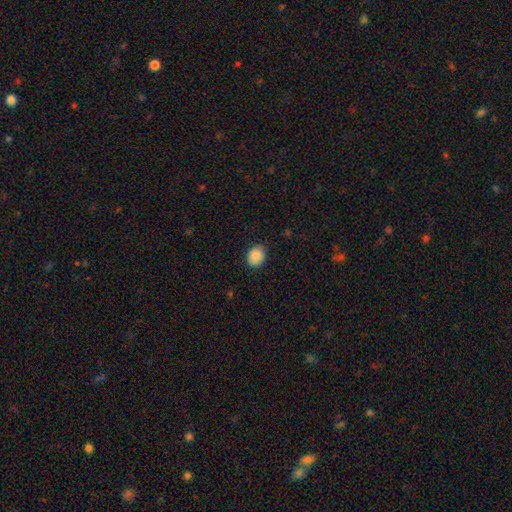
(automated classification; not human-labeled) A smooth galaxy with no disk features (88%) that is round (64%).

Vote fractions:
- Smooth or featured? smooth: 88% / star or artifact: 8% / featured or disk: 3%
- How rounded? round: 64% / in between: 35% / cigar-shaped: 1%
- Merging? none: 78% / minor disturbance: 18% / major disturbance: 3% / merger: 1%